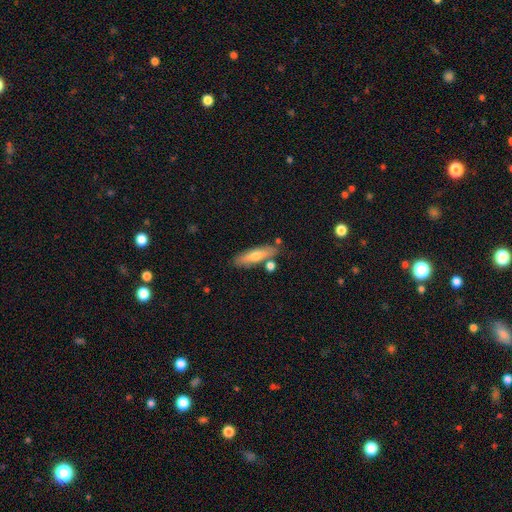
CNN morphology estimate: Smooth or featured?
  - smooth: 58% *
  - featured or disk: 35%
  - star or artifact: 7%
How rounded?
  - cigar-shaped: 68% *
  - in between: 30%
  - round: 2%
Merging?
  - none: 78% *
  - minor disturbance: 13%
  - merger: 7%
  - major disturbance: 3%